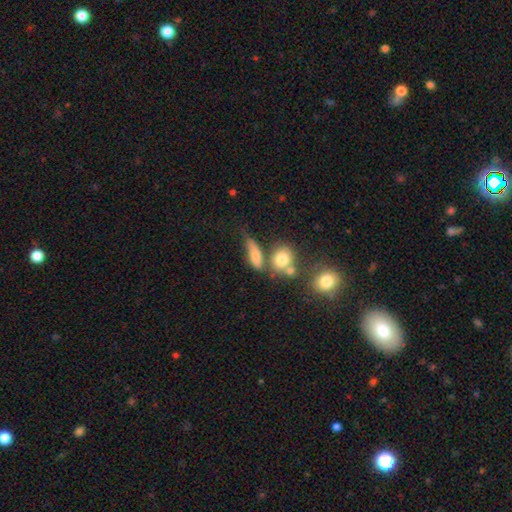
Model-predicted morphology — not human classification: Overall: smooth (69%). How rounded: in between (54%; cigar-shaped 29%). Merging: none (44%; merger 26%).